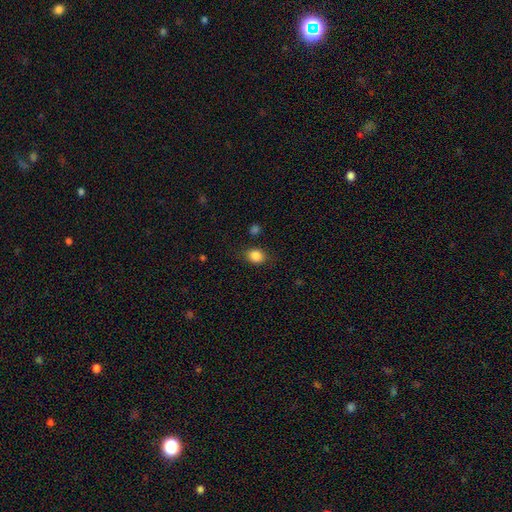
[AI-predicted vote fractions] Morphology: type=smooth (85%); roundness=in between (50%); merging=none (81%).